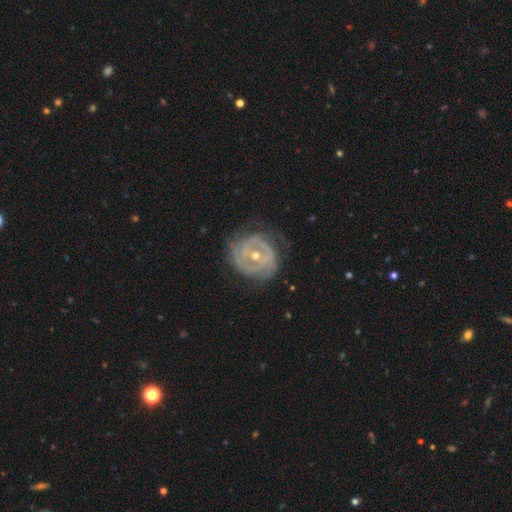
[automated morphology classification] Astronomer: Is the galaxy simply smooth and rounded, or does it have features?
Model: featured or disk — 84%.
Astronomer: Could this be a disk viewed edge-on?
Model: no — 97%.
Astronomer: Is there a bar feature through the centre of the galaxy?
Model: no — 47% (runner-up: weak, 34%).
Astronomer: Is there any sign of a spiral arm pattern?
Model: yes — 84%.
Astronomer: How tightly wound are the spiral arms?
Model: tight — 69%.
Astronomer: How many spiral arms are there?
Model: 2 — 36% (runner-up: can't tell, 33%).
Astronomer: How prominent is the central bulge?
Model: moderate — 51% (runner-up: small, 46%).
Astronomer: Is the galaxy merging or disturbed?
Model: none — 69%.